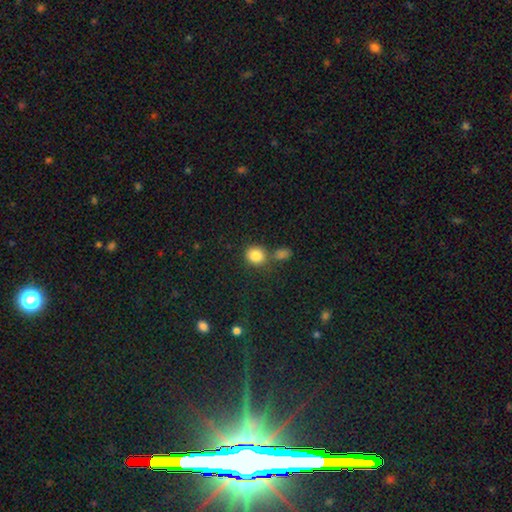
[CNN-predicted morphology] type=smooth (85%); roundness=round (77%); merging=none (65%).